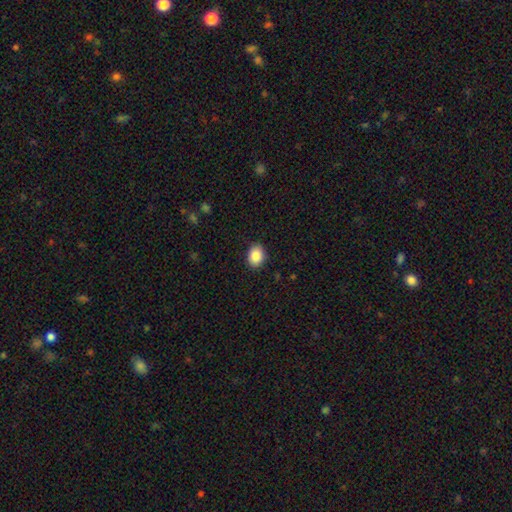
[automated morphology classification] This is clearly a smooth galaxy (87%). How rounded: likely in between (69%). Merging: clearly none (89%).